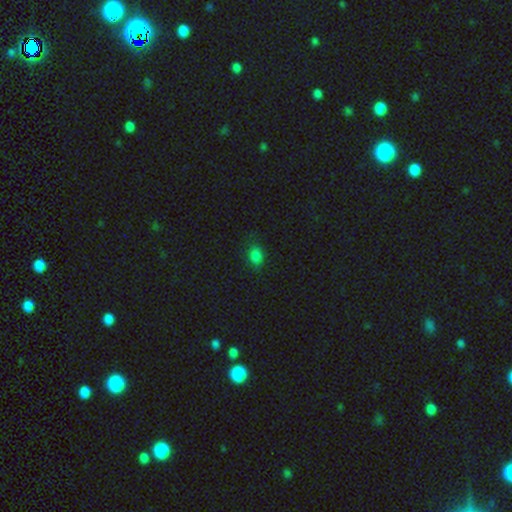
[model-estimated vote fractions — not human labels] A smooth galaxy with no disk features (78%) that is in between round and cigar-shaped (76%). Merging: none (79%).